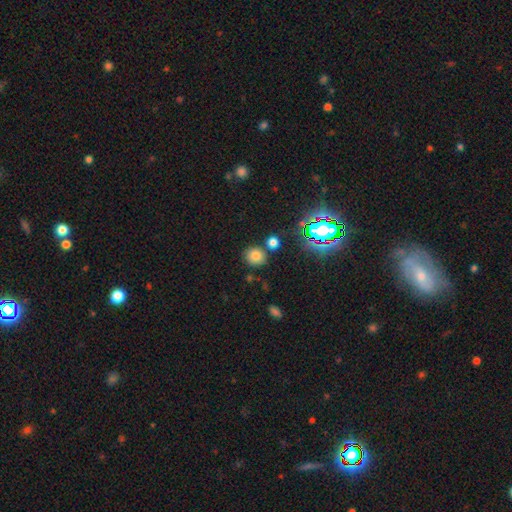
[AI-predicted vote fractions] smooth-or-featured: smooth: 74% | star or artifact: 18% | featured or disk: 8%
  how-rounded: round: 86% | in between: 13% | cigar-shaped: 1%
  merging: none: 78% | merger: 11% | minor disturbance: 9% | major disturbance: 3%